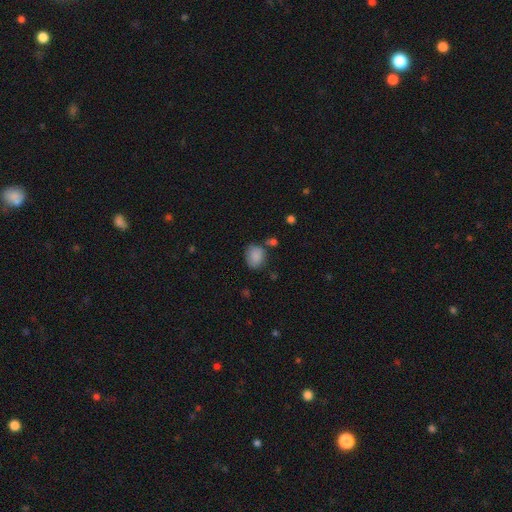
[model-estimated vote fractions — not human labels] Morphology: type=smooth (85%); roundness=round (53%); merging=none (66%).